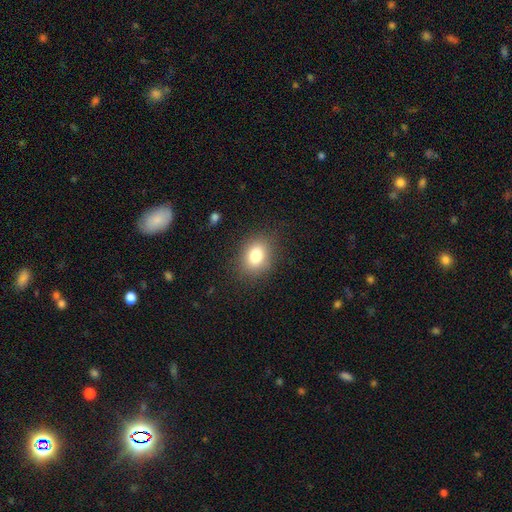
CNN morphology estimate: The model was most divided on "how rounded": in between: 58%, round: 41%, cigar-shaped: 1%. More confident: merging — none (85%); smooth or featured — smooth (80%).